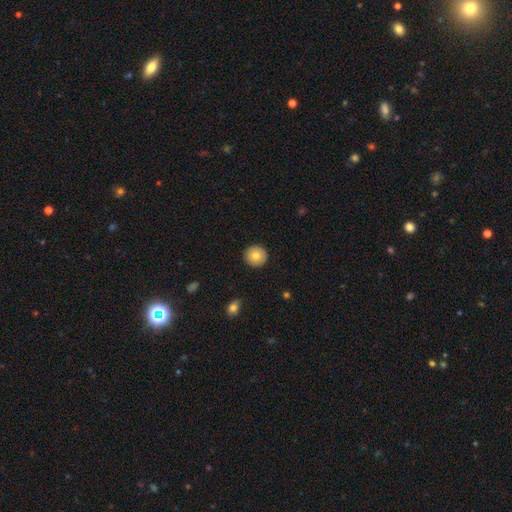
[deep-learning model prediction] Q: Smooth or featured?
A: smooth (79%); runner-up: featured or disk (14%)
Q: How rounded?
A: round (94%); runner-up: in between (5%)
Q: Merging?
A: none (92%); runner-up: minor disturbance (5%)